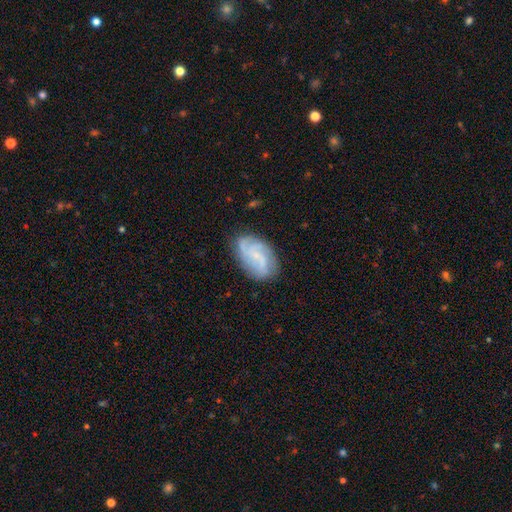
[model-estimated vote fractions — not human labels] smooth_or_featured: featured or disk (p=0.68) [alt: smooth p=0.25]
disk_edge_on: no (p=0.97) [alt: yes p=0.03]
bar: no (p=0.51) [alt: weak p=0.40]
has_spiral_arms: yes (p=0.91) [alt: no p=0.09]
spiral_winding: medium (p=0.42) [alt: loose p=0.32]
spiral_arm_count: 3 (p=0.28) [alt: 2 p=0.25]
bulge_size: small (p=0.61) [alt: none p=0.24]
merging: none (p=0.71) [alt: minor disturbance p=0.20]